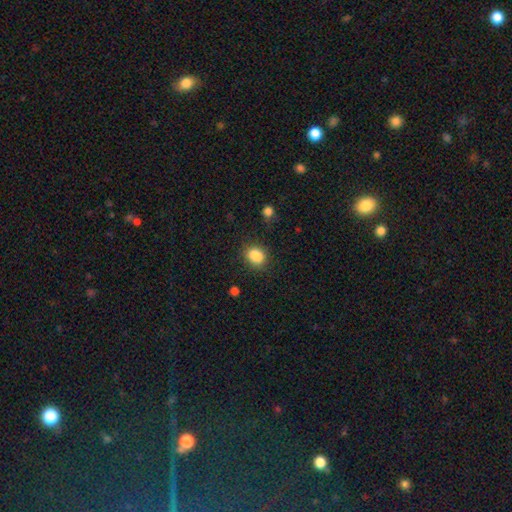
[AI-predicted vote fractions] Morphology: type=smooth (86%); roundness=in between (59%); merging=none (77%).